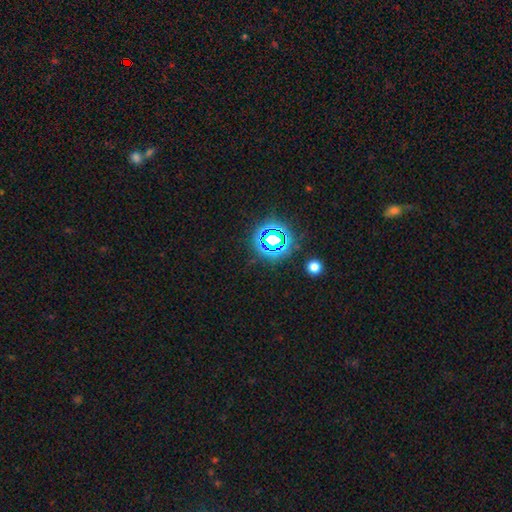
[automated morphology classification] smooth-or-featured: star or artifact: 76% | smooth: 18% | featured or disk: 6%